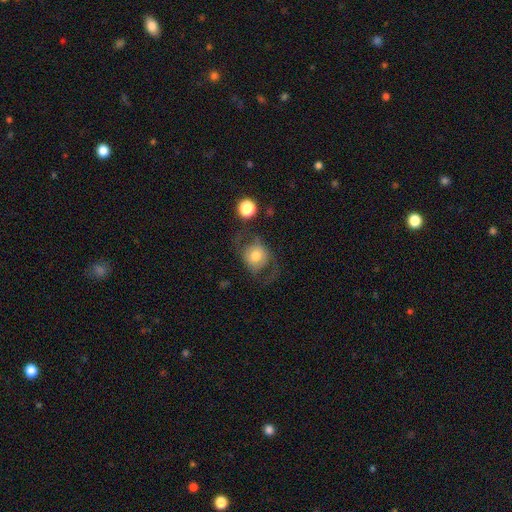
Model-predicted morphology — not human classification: This appears to be a smooth galaxy with no disk features (59%) that is round (75%). Merging: none (46%).